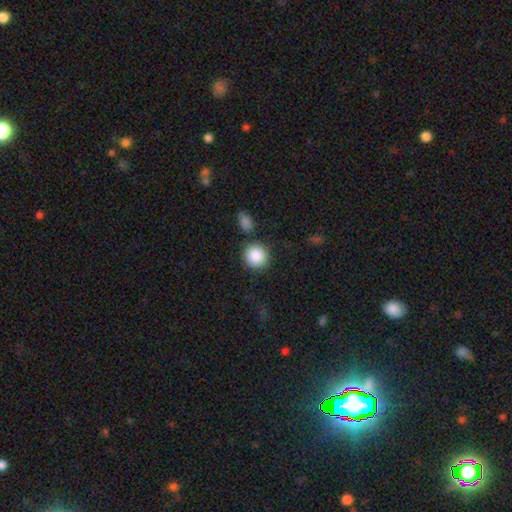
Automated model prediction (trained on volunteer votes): Q: Smooth or featured?
A: smooth (89%); runner-up: star or artifact (7%)
Q: How rounded?
A: round (93%); runner-up: in between (6%)
Q: Merging?
A: none (83%); runner-up: minor disturbance (8%)